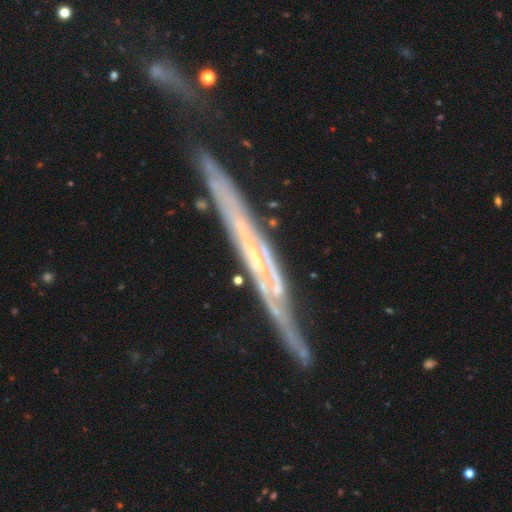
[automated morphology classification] A featured or disk galaxy (80%) viewed edge-on (80%) with no central bulge (74%). Merging: none (67%).